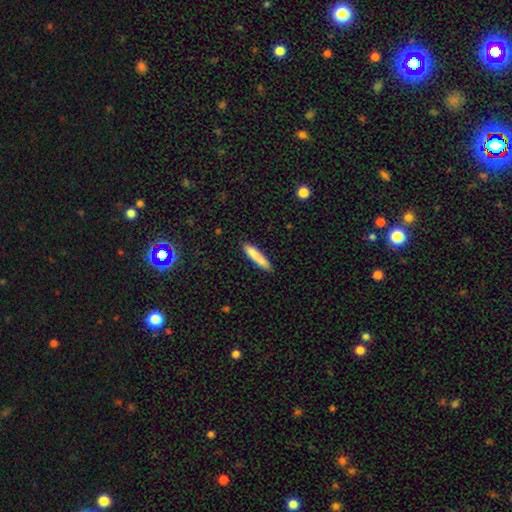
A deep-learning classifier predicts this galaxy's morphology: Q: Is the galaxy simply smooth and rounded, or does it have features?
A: smooth — 84%.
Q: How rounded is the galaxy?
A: cigar-shaped — 89%.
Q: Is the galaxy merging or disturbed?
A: none — 86%.